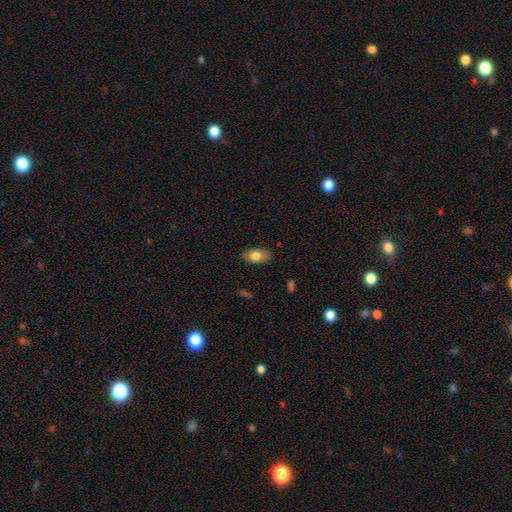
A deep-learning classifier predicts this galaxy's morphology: Smooth or featured? Predicted: smooth (p=0.78). How rounded? Predicted: in between (p=0.90). Merging? Predicted: none (p=0.85).